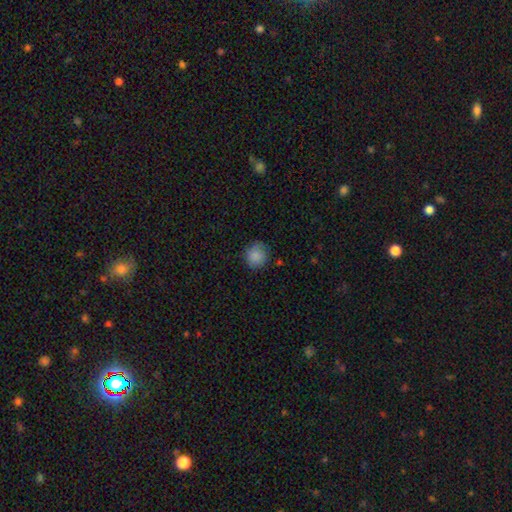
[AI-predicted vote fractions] The model was most divided on "merging": none: 80%, minor disturbance: 15%, major disturbance: 3%, merger: 1%. More confident: how rounded — round (89%); smooth or featured — smooth (87%).